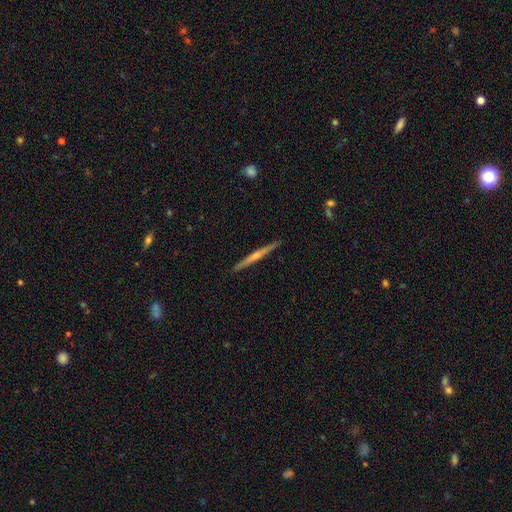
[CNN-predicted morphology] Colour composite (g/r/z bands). It shows a featured or disk galaxy (68%) viewed edge-on (97%) with a rounded central bulge (64%). Merging: none (90%).